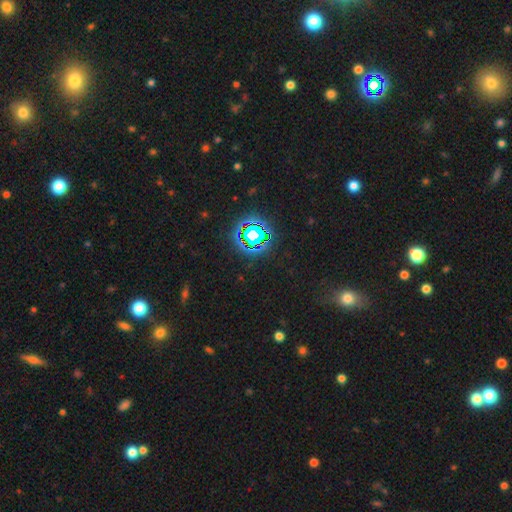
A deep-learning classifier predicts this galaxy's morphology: Overall: star or artifact (68%).